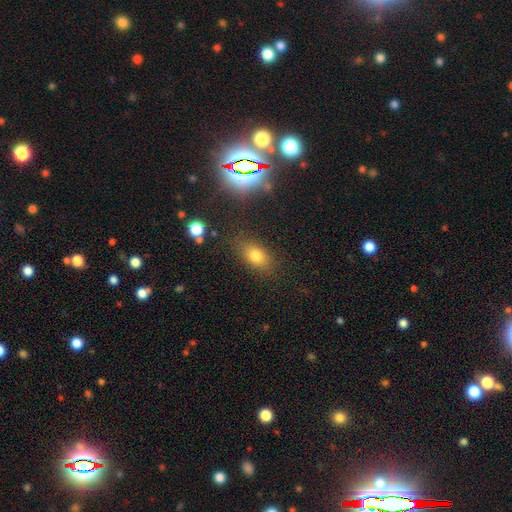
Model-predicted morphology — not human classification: Smooth or featured? smooth (69%)
How rounded? in between (79%)
Merging? none (82%)